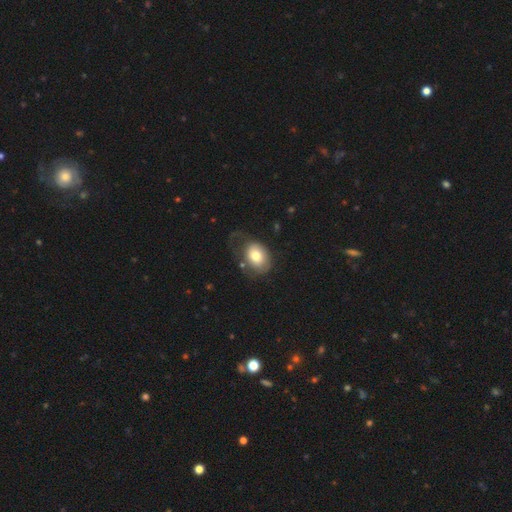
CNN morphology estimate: Smooth or featured?
  - smooth: 73% *
  - featured or disk: 20%
  - star or artifact: 8%
How rounded?
  - in between: 66% *
  - round: 33%
  - cigar-shaped: 1%
Merging?
  - none: 46% *
  - minor disturbance: 26%
  - major disturbance: 25%
  - merger: 4%